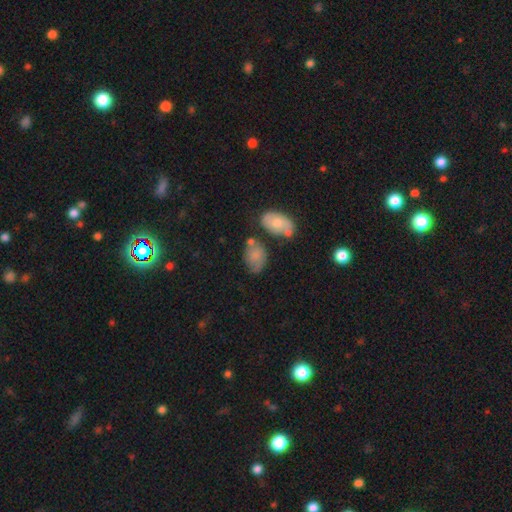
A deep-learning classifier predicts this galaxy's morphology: Smooth or featured: smooth — 71% (featured or disk — 20%)
How rounded: in between — 77% (round — 21%)
Merging: none — 48% (minor disturbance — 28%)